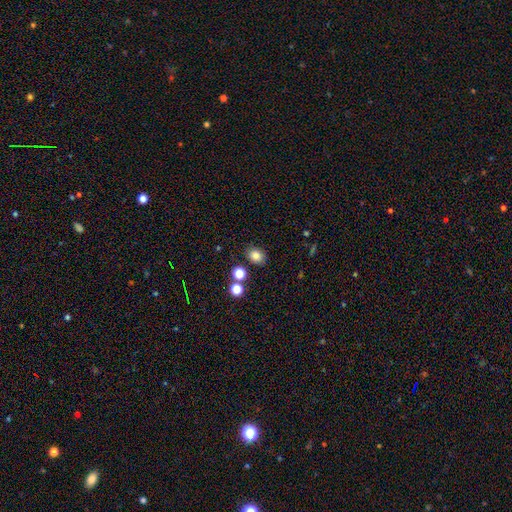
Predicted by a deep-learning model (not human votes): smooth_or_featured: smooth (p=0.80) [alt: star or artifact p=0.13]
how_rounded: round (p=0.51) [alt: in between p=0.48]
merging: none (p=0.82) [alt: minor disturbance p=0.10]